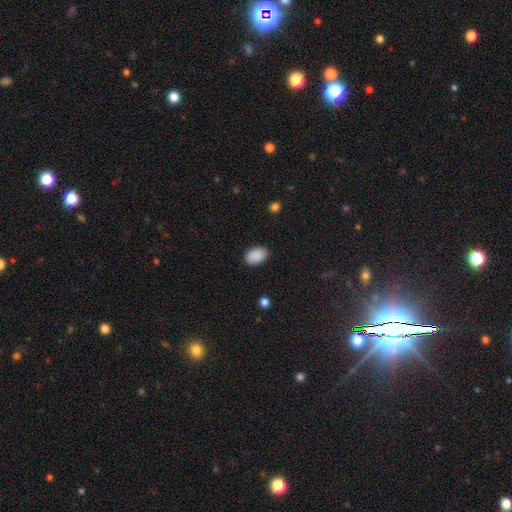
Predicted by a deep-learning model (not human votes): Smooth or featured? Predicted: smooth (p=0.90). How rounded? Predicted: in between (p=0.89). Merging? Predicted: none (p=0.88).